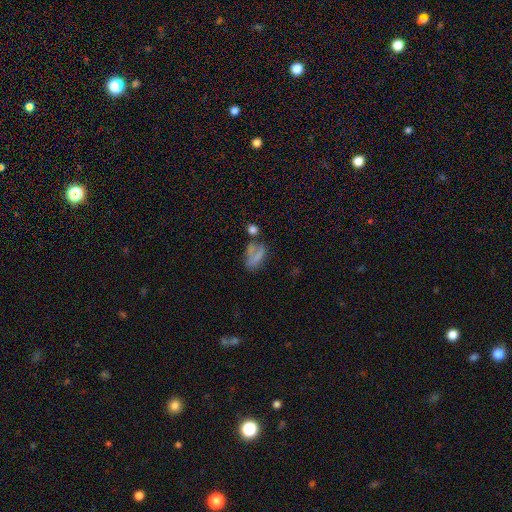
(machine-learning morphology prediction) Smooth or featured: smooth — 65% (featured or disk — 20%)
How rounded: in between — 81% (round — 14%)
Merging: none — 33% (major disturbance — 23%)